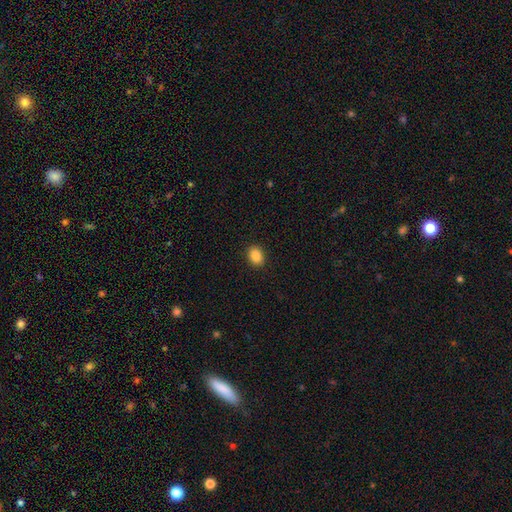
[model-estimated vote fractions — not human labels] Overall: smooth (88%). How rounded: in between (64%; round 35%). Merging: none (91%).